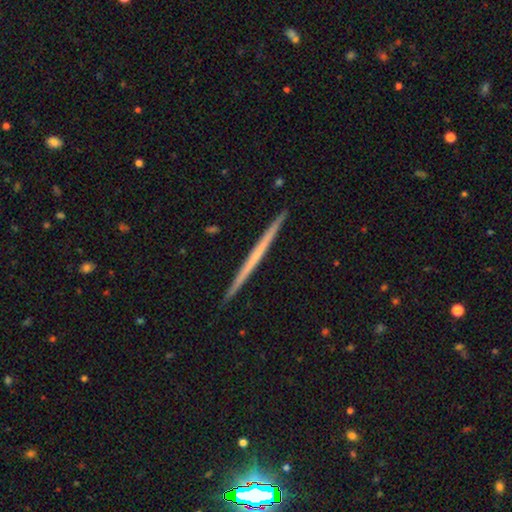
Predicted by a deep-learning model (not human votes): A featured or disk galaxy (60%) viewed edge-on (98%) with no central bulge (91%).

Vote fractions:
- Smooth or featured? featured or disk: 60% / smooth: 35% / star or artifact: 5%
- Edge-on disk? yes: 98% / no: 2%
- Edge-on bulge? none: 91% / rounded: 7% / boxy: 2%
- Merging? none: 93% / minor disturbance: 5% / major disturbance: 1% / merger: 1%